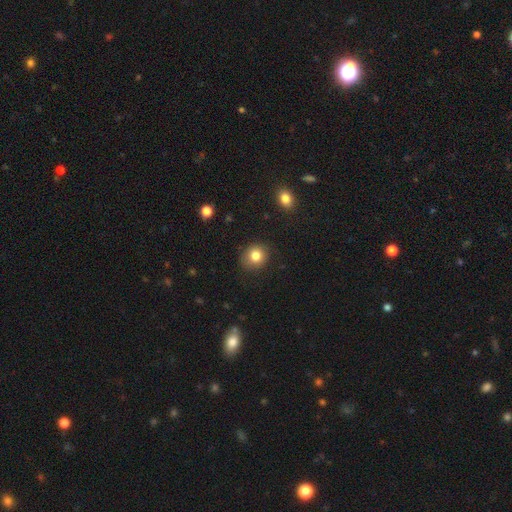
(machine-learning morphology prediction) Q: Smooth or featured?
A: smooth (82%); runner-up: star or artifact (11%)
Q: How rounded?
A: round (81%); runner-up: in between (18%)
Q: Merging?
A: none (85%); runner-up: minor disturbance (11%)